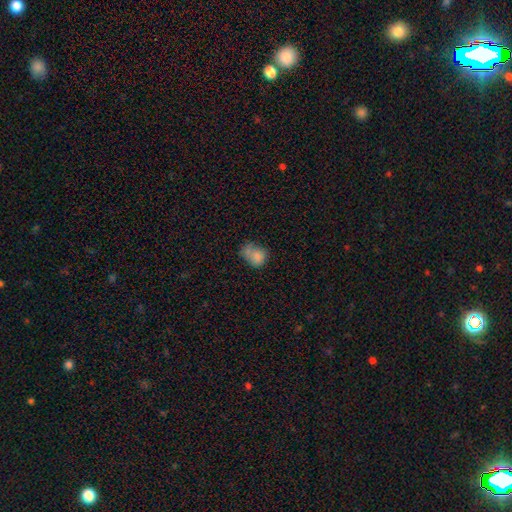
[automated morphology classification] The model was most divided on "merging": none: 34%, minor disturbance: 29%, major disturbance: 21%, merger: 16%. More confident: smooth or featured — smooth (77%); how rounded — in between (64%).